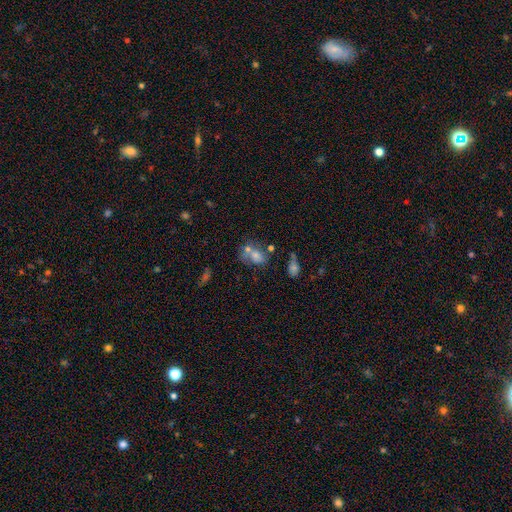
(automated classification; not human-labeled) Smooth or featured: smooth — 63% (featured or disk — 22%)
How rounded: in between — 64% (round — 34%)
Merging: merger — 43% (none — 31%)